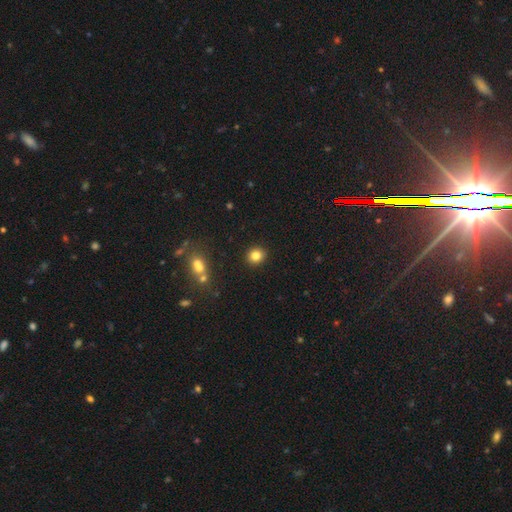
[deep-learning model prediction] Overall: smooth (82%). How rounded: round (83%). Merging: none (91%).